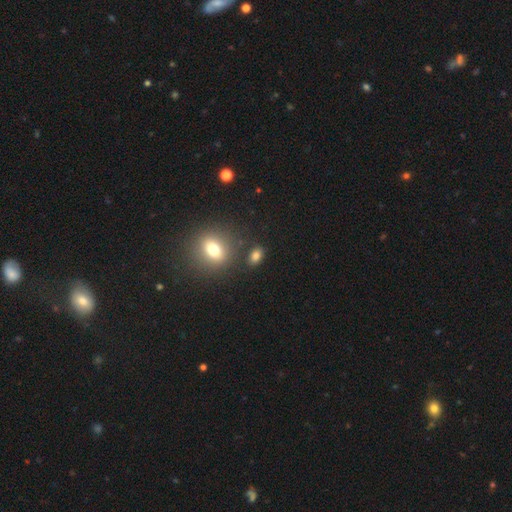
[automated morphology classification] A smooth galaxy with no disk features (81%) that is in between round and cigar-shaped (80%).

Vote fractions:
- Smooth or featured? smooth: 81% / star or artifact: 12% / featured or disk: 7%
- How rounded? in between: 80% / round: 17% / cigar-shaped: 3%
- Merging? none: 79% / minor disturbance: 11% / merger: 6% / major disturbance: 4%